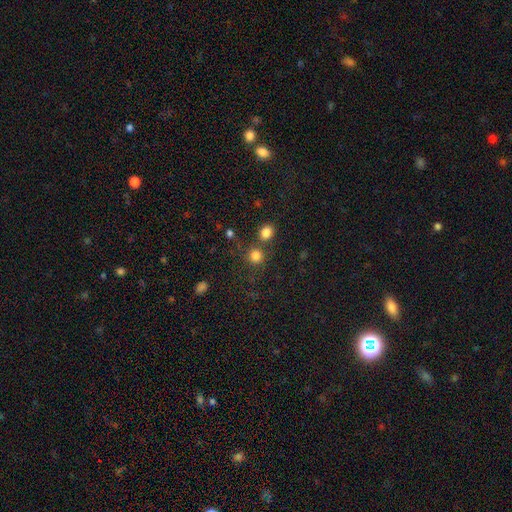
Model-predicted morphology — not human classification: This appears to be a smooth galaxy with no disk features (81%) that is round (88%). Merging: none (67%).